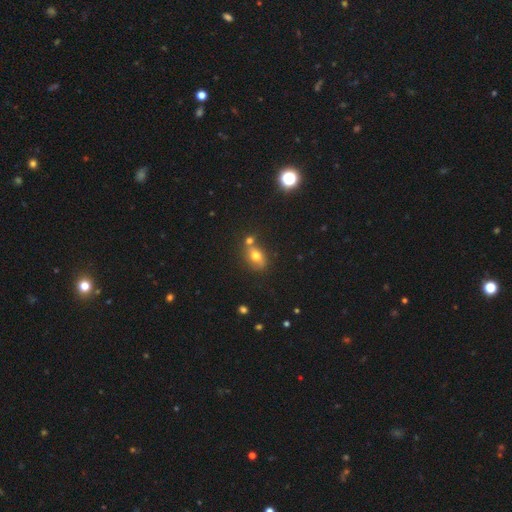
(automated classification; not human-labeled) Morphology: type=smooth (64%); roundness=in between (64%); merging=none (49%).